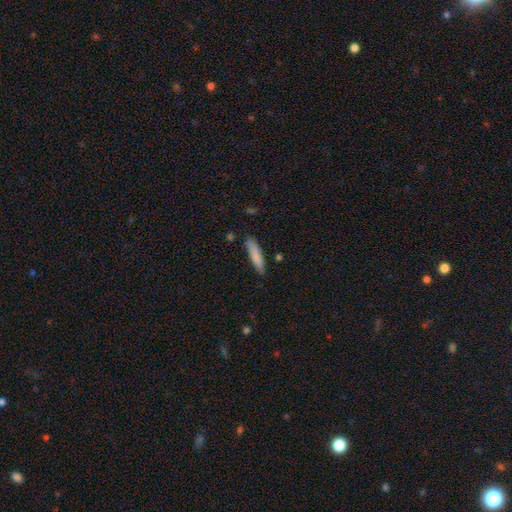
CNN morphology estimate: Smooth or featured? smooth (83%)
How rounded? cigar-shaped (83%)
Merging? none (78%)